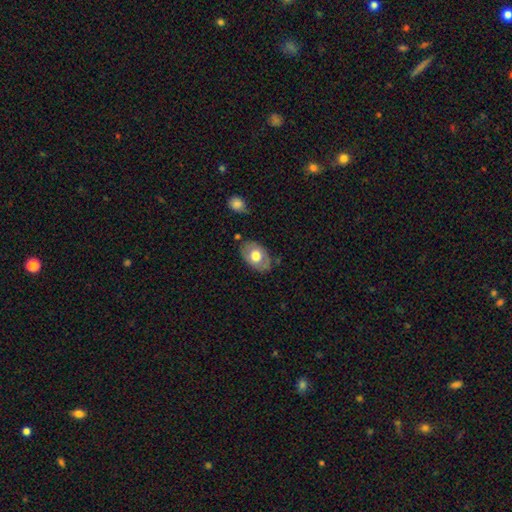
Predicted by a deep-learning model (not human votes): A smooth galaxy with no disk features (61%) that is in between round and cigar-shaped (85%). Merging: none (75%).